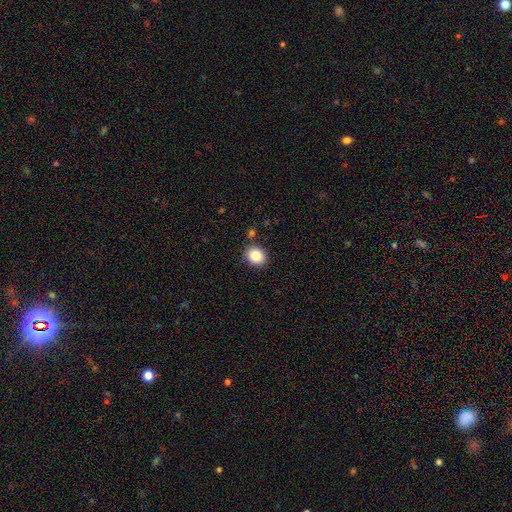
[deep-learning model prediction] Smooth or featured: smooth — 86% (star or artifact — 9%)
How rounded: round — 71% (in between — 28%)
Merging: none — 87% (minor disturbance — 8%)